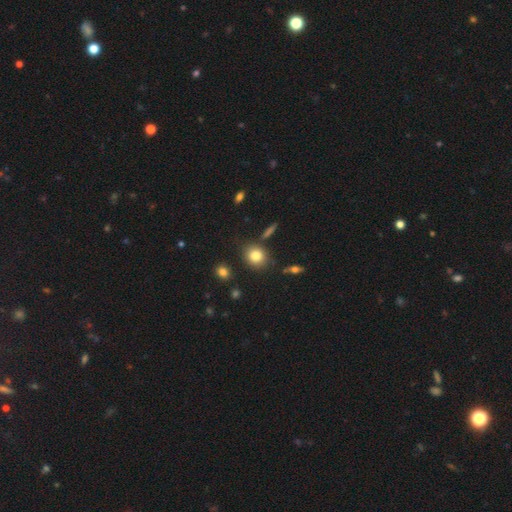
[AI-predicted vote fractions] smooth-or-featured: smooth: 81% | star or artifact: 10% | featured or disk: 8%
  how-rounded: round: 76% | in between: 23% | cigar-shaped: 1%
  merging: none: 81% | minor disturbance: 10% | merger: 5% | major disturbance: 3%